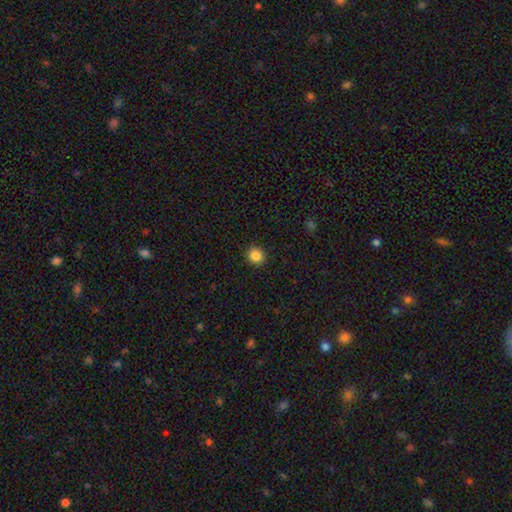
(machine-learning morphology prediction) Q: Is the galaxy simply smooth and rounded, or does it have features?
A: smooth — 85%.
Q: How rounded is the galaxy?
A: round — 90%.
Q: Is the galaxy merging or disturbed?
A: none — 92%.